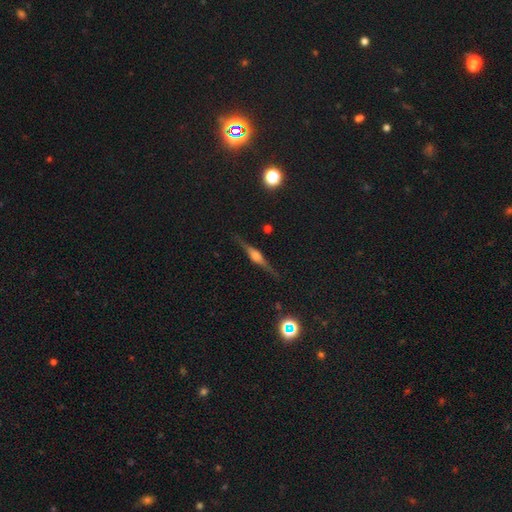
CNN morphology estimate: Smooth or featured? Predicted: featured or disk (p=0.78). Edge-on disk? Predicted: yes (p=0.97). Edge-on bulge? Predicted: rounded (p=0.79). Merging? Predicted: none (p=0.87).